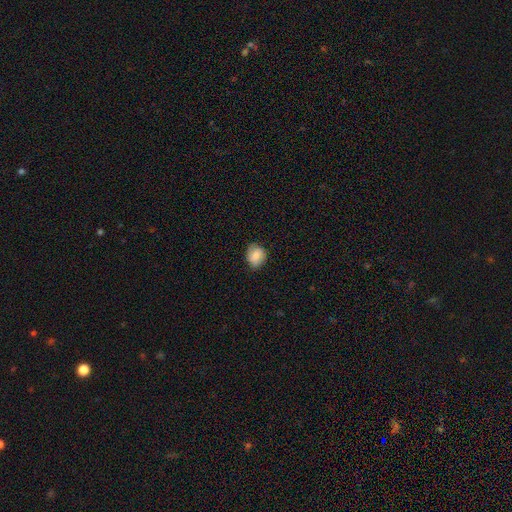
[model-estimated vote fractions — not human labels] Smooth or featured?
  - smooth: 80% *
  - featured or disk: 13%
  - star or artifact: 8%
How rounded?
  - round: 61% *
  - in between: 38%
  - cigar-shaped: 1%
Merging?
  - none: 73% *
  - minor disturbance: 22%
  - major disturbance: 4%
  - merger: 1%